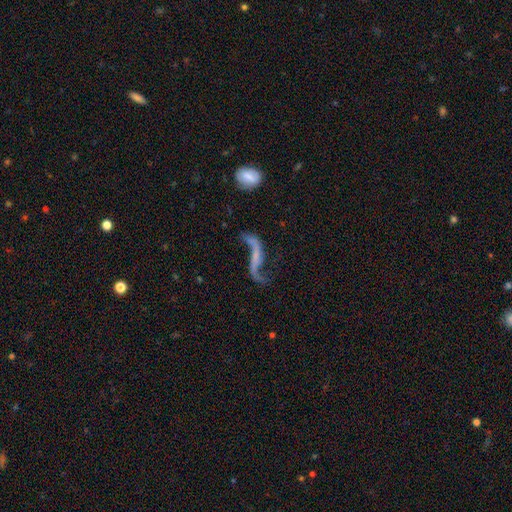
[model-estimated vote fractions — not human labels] smooth-or-featured: featured or disk: 82% | smooth: 9% | star or artifact: 9%
  disk-edge-on: no: 90% | yes: 10%
    bar: no: 42% | weak: 32% | strong: 26%
    has-spiral-arms: yes: 90% | no: 10%
      spiral-winding: loose: 95% | medium: 3% | tight: 2%
      spiral-arm-count: 2: 89% | 1: 6% | can't tell: 2% | 3: 1% | 4: 1% | more than 4: 1%
    bulge-size: none: 55% | small: 35% | moderate: 8% | large: 2% | dominant: 1%
  merging: none: 55% | major disturbance: 21% | minor disturbance: 16% | merger: 8%